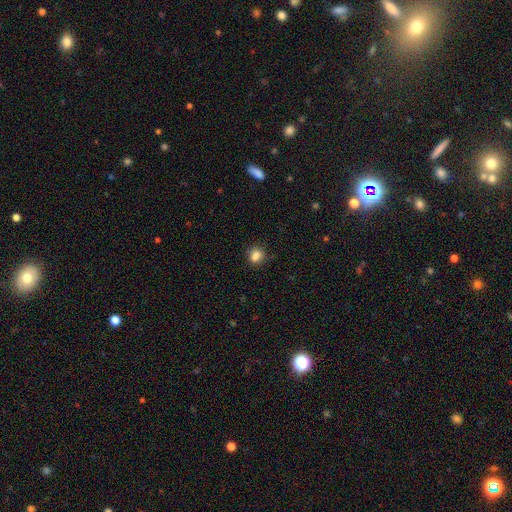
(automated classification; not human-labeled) The model was most divided on "how rounded": round: 70%, in between: 29%, cigar-shaped: 1%. More confident: smooth or featured — smooth (83%); merging — none (75%).